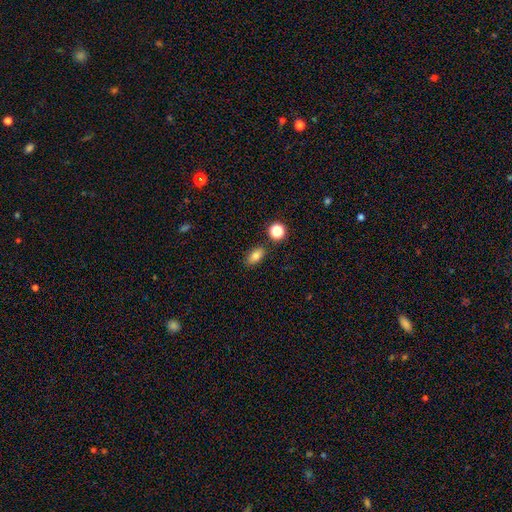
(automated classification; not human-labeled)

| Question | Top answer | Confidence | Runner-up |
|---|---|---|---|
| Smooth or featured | smooth | 81% | star or artifact (11%) |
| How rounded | in between | 84% | round (12%) |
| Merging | none | 83% | minor disturbance (10%) |